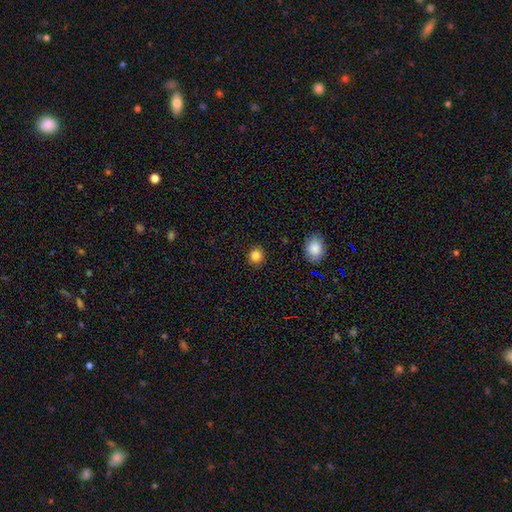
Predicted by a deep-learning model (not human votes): Overall: smooth (85%). How rounded: round (88%). Merging: none (91%).